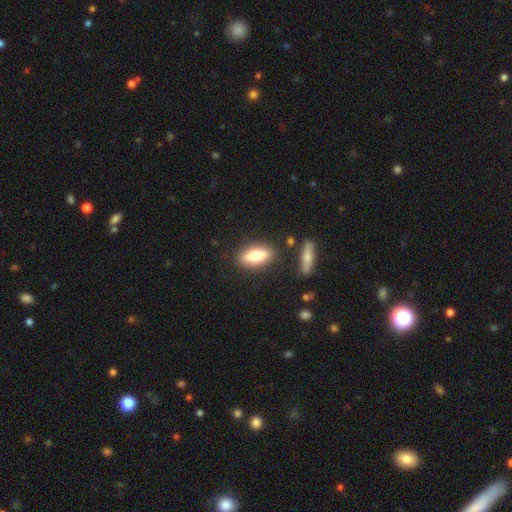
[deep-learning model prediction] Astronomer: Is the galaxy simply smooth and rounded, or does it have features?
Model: smooth — 65%.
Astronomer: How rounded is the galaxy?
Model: in between — 66%.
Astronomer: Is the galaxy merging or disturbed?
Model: none — 83%.